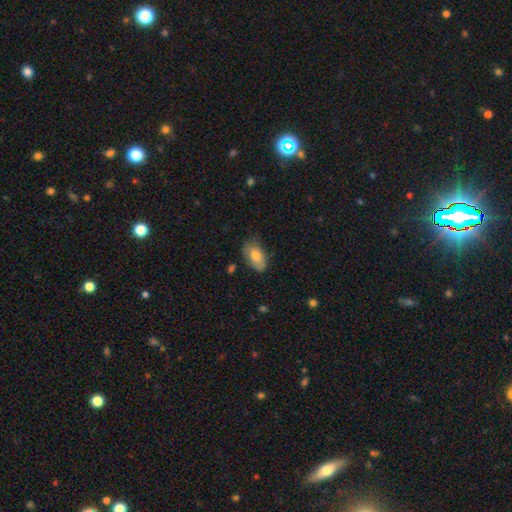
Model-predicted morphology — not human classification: Overall: smooth (75%). How rounded: in between (92%). Merging: none (61%; minor disturbance 30%).